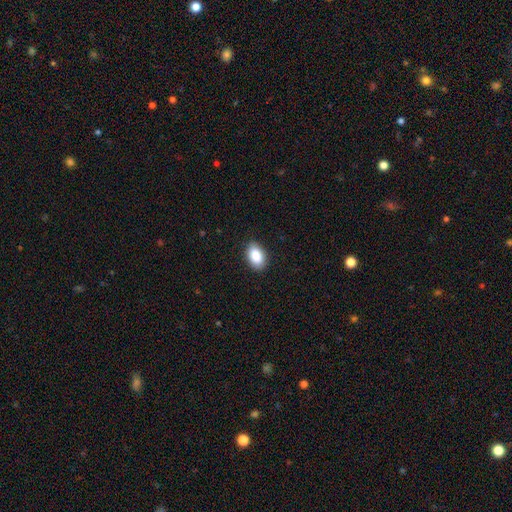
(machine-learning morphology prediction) This is clearly a smooth galaxy (88%). How rounded: clearly in between (91%). Merging: clearly none (87%).